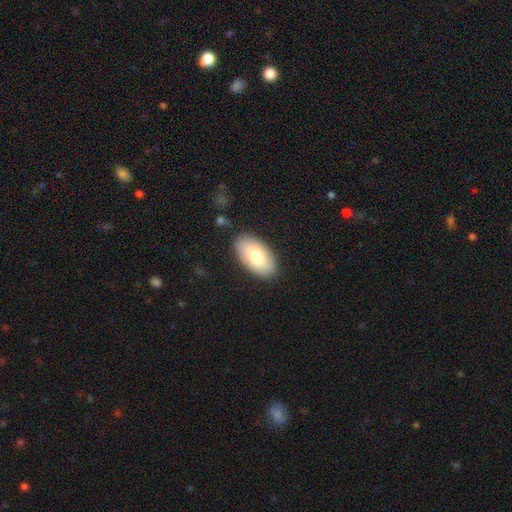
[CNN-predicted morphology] The model was most divided on "smooth or featured": smooth: 76%, featured or disk: 19%, star or artifact: 6%. More confident: how rounded — in between (95%); merging — none (87%).